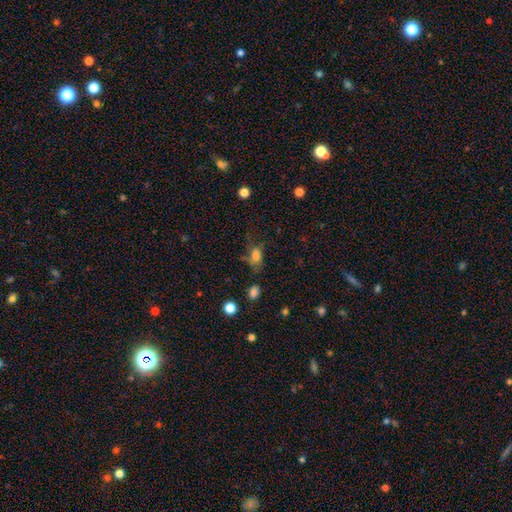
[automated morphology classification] Q: Smooth or featured?
A: smooth (76%); runner-up: star or artifact (13%)
Q: How rounded?
A: in between (84%); runner-up: round (13%)
Q: Merging?
A: none (50%); runner-up: minor disturbance (27%)